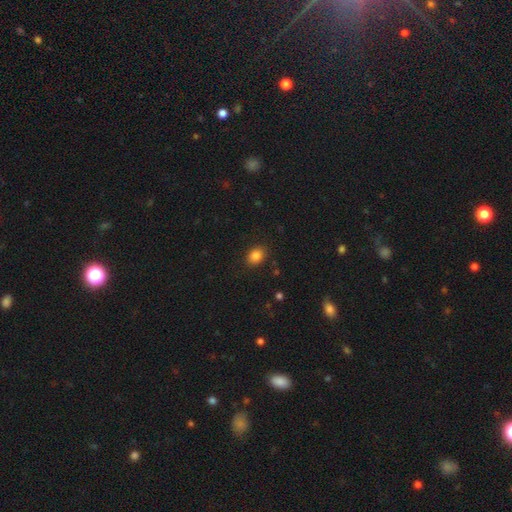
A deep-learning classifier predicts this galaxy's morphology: The model was most divided on "how rounded": in between: 64%, round: 35%, cigar-shaped: 1%. More confident: merging — none (87%); smooth or featured — smooth (84%).